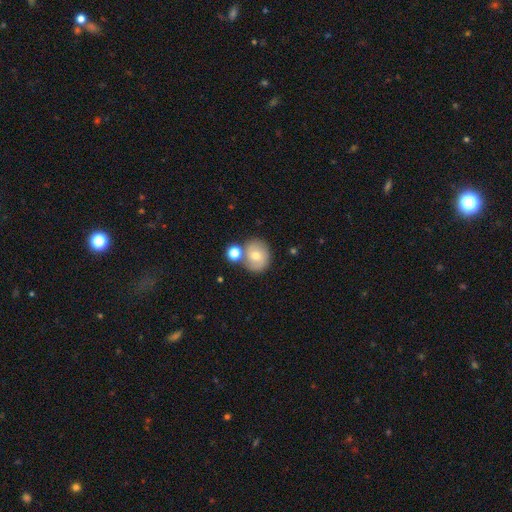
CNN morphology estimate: smooth_or_featured: smooth (p=0.62) [alt: featured or disk p=0.28]
how_rounded: round (p=0.81) [alt: in between p=0.18]
merging: none (p=0.61) [alt: merger p=0.21]